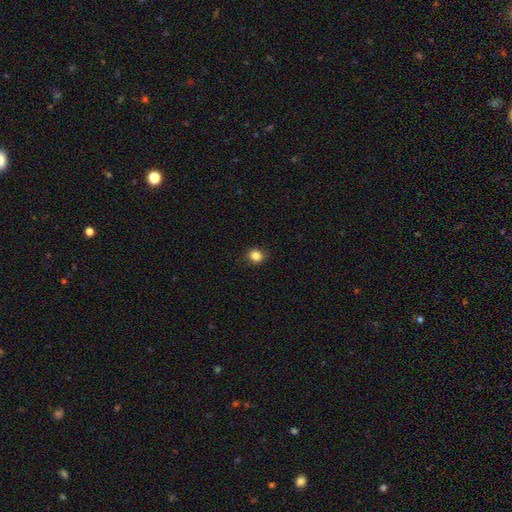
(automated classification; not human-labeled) smooth_or_featured: smooth (p=0.85) [alt: star or artifact p=0.11]
how_rounded: round (p=0.77) [alt: in between p=0.22]
merging: none (p=0.90) [alt: minor disturbance p=0.08]